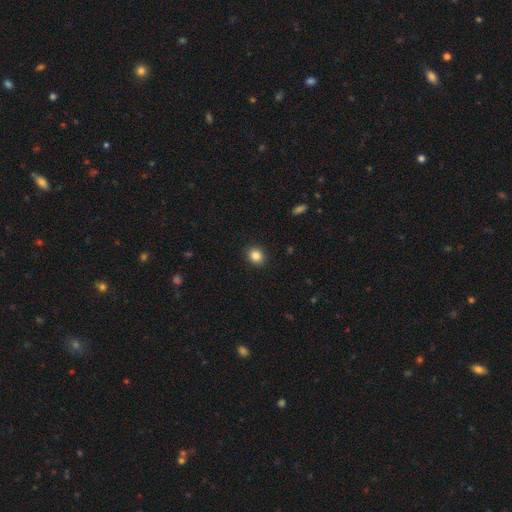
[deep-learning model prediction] smooth-or-featured: smooth: 85% | star or artifact: 10% | featured or disk: 5%
  how-rounded: round: 75% | in between: 25% | cigar-shaped: 1%
  merging: none: 91% | minor disturbance: 6% | major disturbance: 2% | merger: 1%